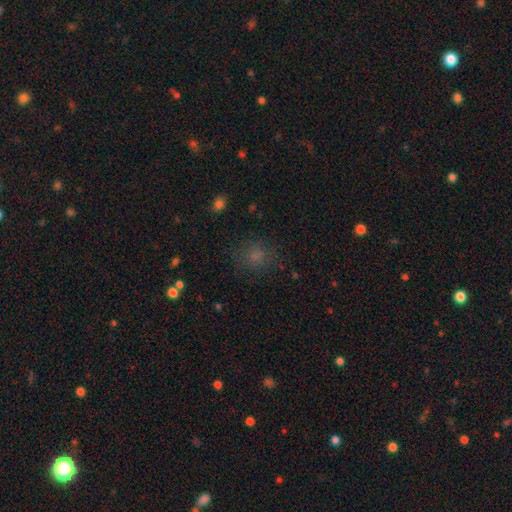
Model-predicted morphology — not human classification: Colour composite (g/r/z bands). It shows a smooth galaxy with no disk features (70%) that is round (78%). Merging: none (78%).